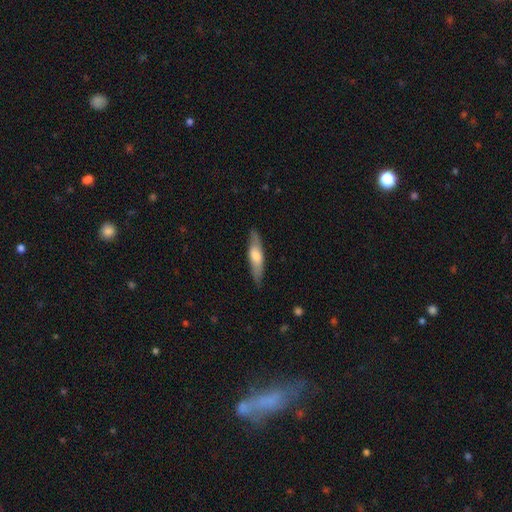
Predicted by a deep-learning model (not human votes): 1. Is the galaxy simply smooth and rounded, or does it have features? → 50% smooth, 44% featured or disk, 5% star or artifact.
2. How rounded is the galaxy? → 78% cigar-shaped, 21% in between, 2% round.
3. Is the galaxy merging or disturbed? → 84% none, 12% minor disturbance, 2% major disturbance, 1% merger.